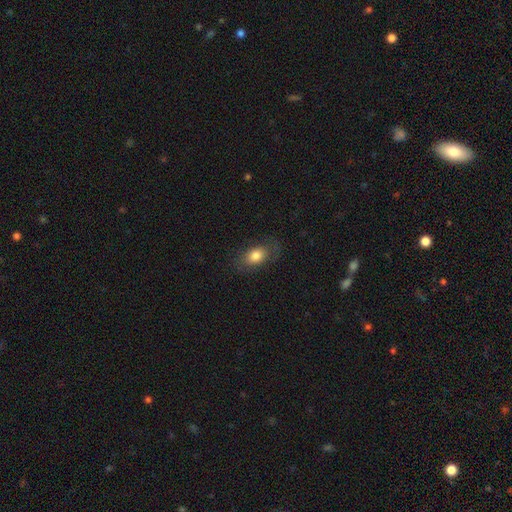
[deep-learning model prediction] The model was most divided on "merging": none: 74%, minor disturbance: 17%, major disturbance: 7%, merger: 1%. More confident: how rounded — in between (87%); smooth or featured — smooth (78%).